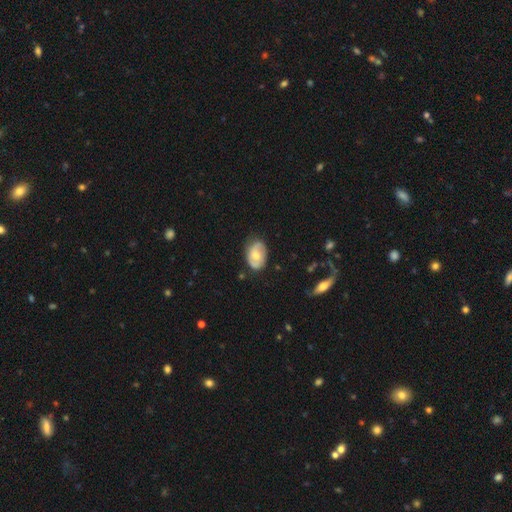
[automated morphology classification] Smooth or featured: smooth — 49% (featured or disk — 44%)
Merging: none — 71% (minor disturbance — 23%)